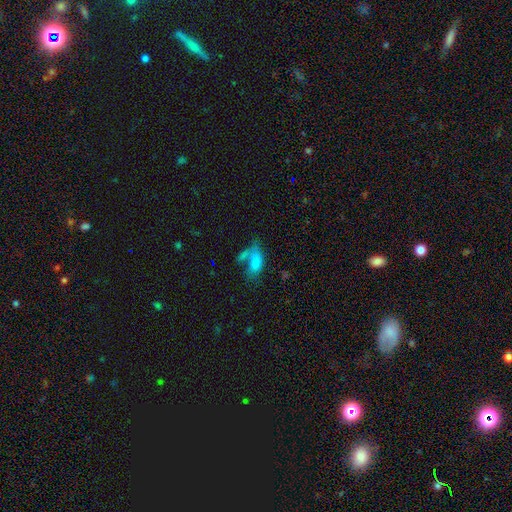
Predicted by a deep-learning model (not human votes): Overall: smooth (66%). How rounded: in between (80%). Merging: none (36%; merger 32%).